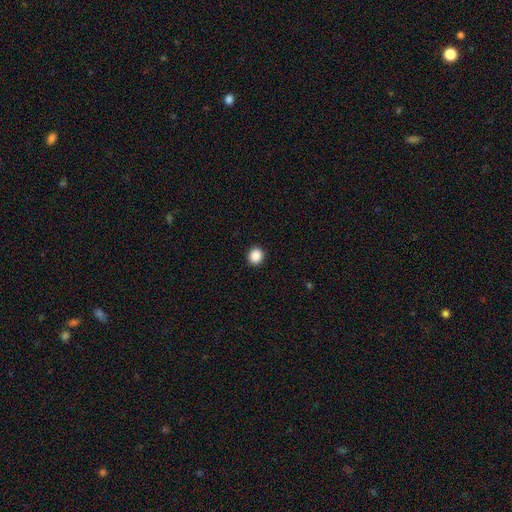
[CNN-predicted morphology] Overall: smooth (88%). How rounded: round (88%). Merging: none (92%).